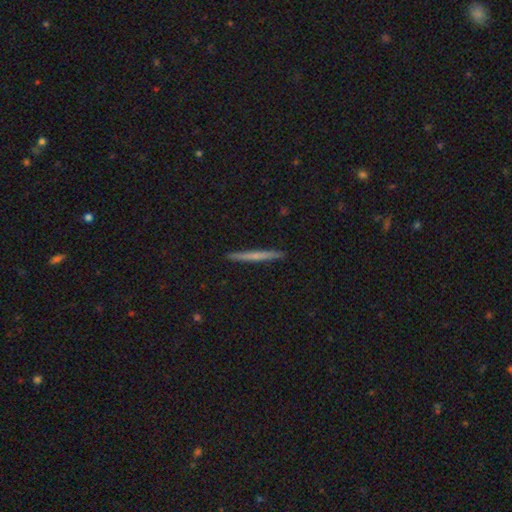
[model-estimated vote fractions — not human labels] Smooth or featured: smooth — 52% (featured or disk — 42%)
How rounded: cigar-shaped — 97% (in between — 2%)
Merging: none — 93% (minor disturbance — 5%)